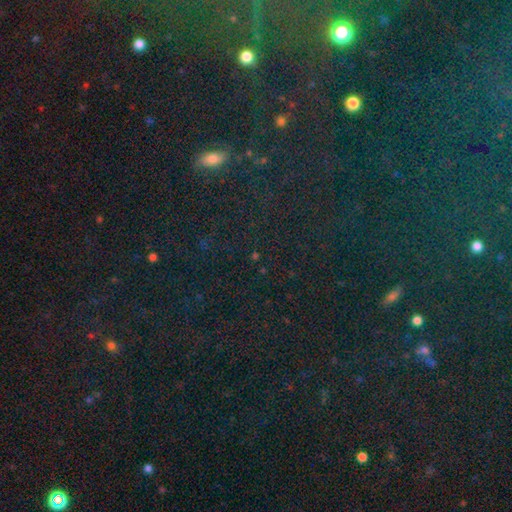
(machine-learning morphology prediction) This appears to be a star or artifact, not a galaxy (77%).